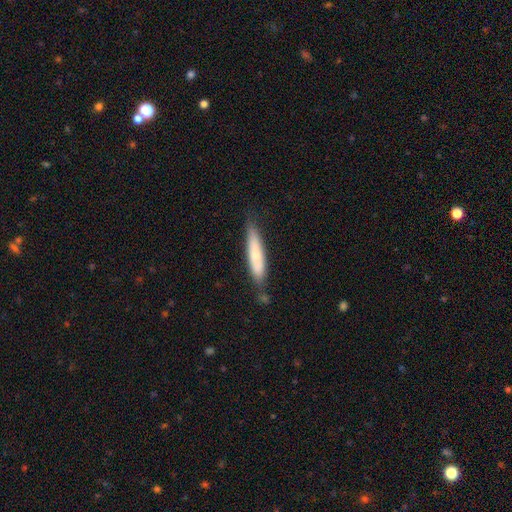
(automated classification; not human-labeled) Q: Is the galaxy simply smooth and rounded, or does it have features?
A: smooth — 63%.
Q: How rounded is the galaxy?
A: cigar-shaped — 83%.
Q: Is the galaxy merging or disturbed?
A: none — 74%.